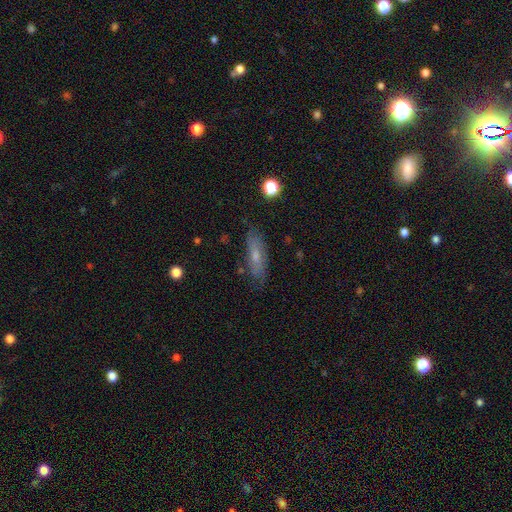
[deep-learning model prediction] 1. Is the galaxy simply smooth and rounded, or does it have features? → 52% smooth, 39% featured or disk, 9% star or artifact.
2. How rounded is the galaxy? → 52% cigar-shaped, 45% in between, 3% round.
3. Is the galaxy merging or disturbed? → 79% none, 15% minor disturbance, 3% major disturbance, 2% merger.